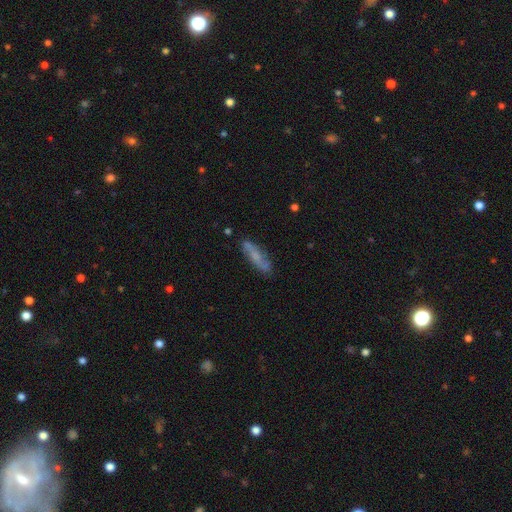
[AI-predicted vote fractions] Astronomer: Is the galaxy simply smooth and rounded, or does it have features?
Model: featured or disk — 51% (runner-up: smooth, 41%).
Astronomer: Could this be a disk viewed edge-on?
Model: no — 66%.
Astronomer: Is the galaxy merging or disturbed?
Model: none — 80%.